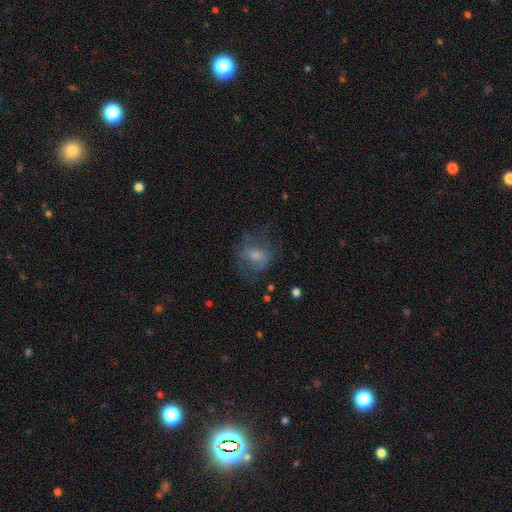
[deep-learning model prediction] Smooth or featured? smooth (50%)
How rounded? round (54%)
Merging? none (58%)